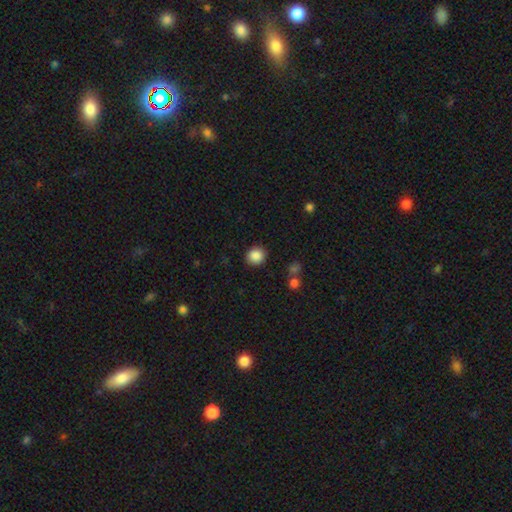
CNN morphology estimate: Smooth or featured? Predicted: smooth (p=0.87). How rounded? Predicted: round (p=0.84). Merging? Predicted: none (p=0.89).